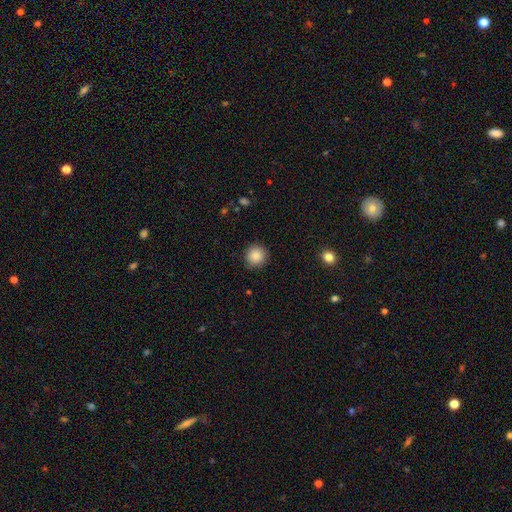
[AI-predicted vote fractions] Smooth or featured?
  - smooth: 88% *
  - star or artifact: 9%
  - featured or disk: 3%
How rounded?
  - round: 93% *
  - in between: 6%
  - cigar-shaped: 1%
Merging?
  - none: 90% *
  - minor disturbance: 7%
  - major disturbance: 2%
  - merger: 1%